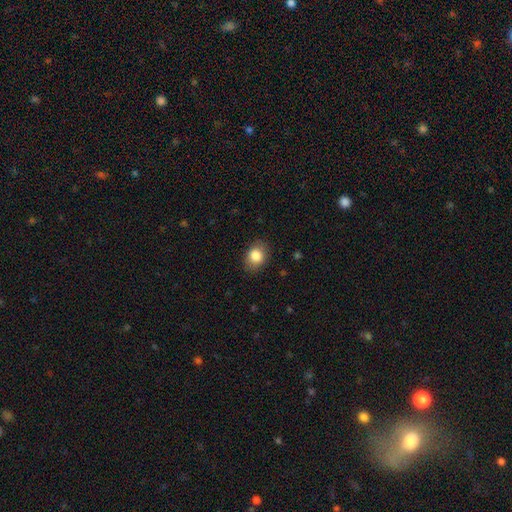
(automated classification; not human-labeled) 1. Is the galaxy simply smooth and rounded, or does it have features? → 84% smooth, 8% star or artifact, 7% featured or disk.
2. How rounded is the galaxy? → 56% in between, 43% round, 1% cigar-shaped.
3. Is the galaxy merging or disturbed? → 85% none, 11% minor disturbance, 3% major disturbance, 1% merger.